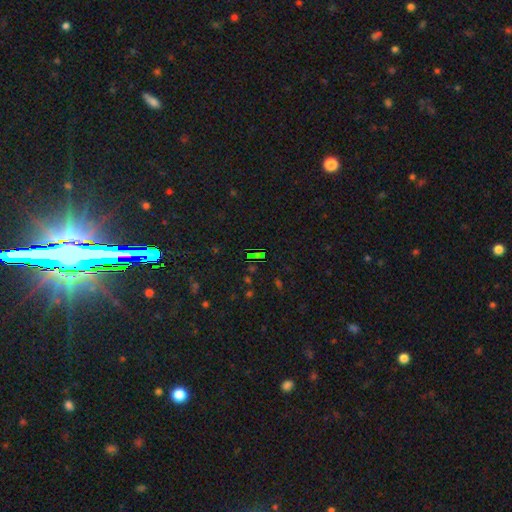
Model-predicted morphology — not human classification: A star or artifact, not a galaxy (65%).